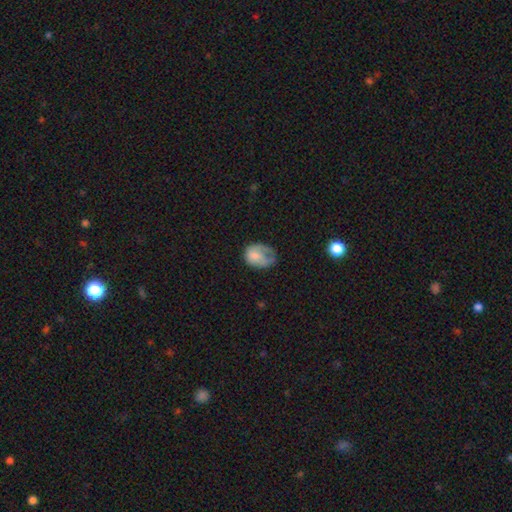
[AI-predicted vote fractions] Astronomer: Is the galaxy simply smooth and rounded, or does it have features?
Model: smooth — 68%.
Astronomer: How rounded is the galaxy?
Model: in between — 65%.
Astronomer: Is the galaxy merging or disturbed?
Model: major disturbance — 33%, tied with minor disturbance at 33%.